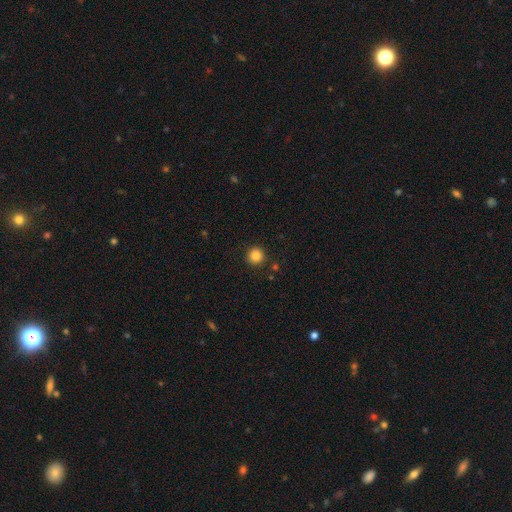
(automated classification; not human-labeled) Morphology: type=smooth (85%); roundness=round (94%); merging=none (91%).